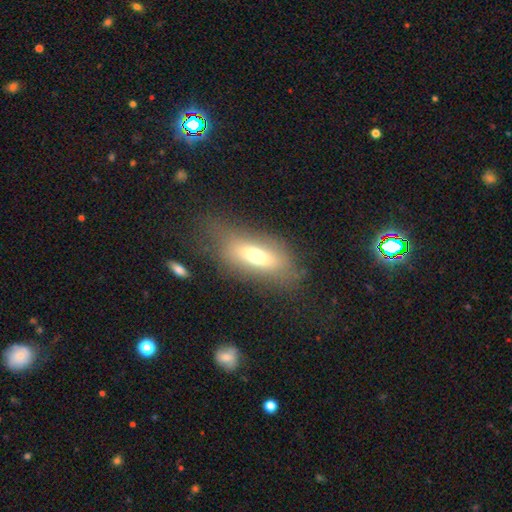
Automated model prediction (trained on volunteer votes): Q: Smooth or featured?
A: smooth (63%); runner-up: featured or disk (27%)
Q: How rounded?
A: in between (74%); runner-up: cigar-shaped (22%)
Q: Merging?
A: none (57%); runner-up: minor disturbance (22%)